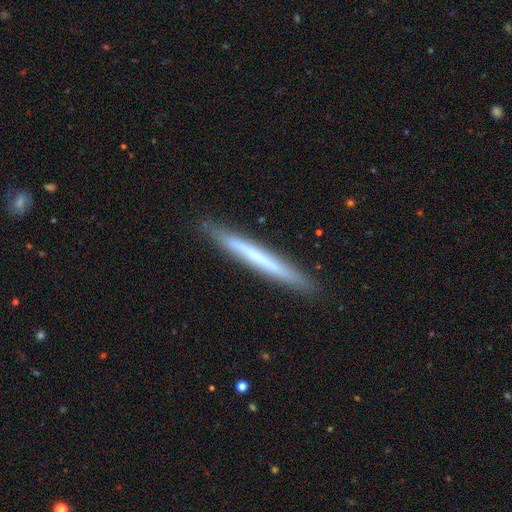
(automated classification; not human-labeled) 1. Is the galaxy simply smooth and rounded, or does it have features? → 48% smooth, 46% featured or disk, 6% star or artifact.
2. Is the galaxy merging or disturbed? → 89% none, 8% minor disturbance, 1% major disturbance, 1% merger.